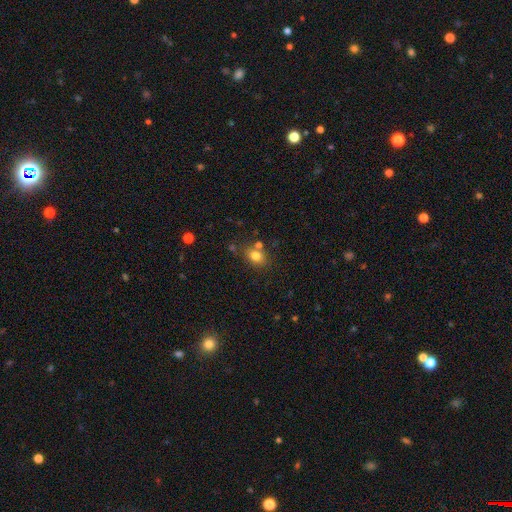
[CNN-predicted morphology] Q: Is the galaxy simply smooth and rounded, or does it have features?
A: smooth — 79%.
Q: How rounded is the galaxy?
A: in between — 53%.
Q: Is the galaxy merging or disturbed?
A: none — 69%.